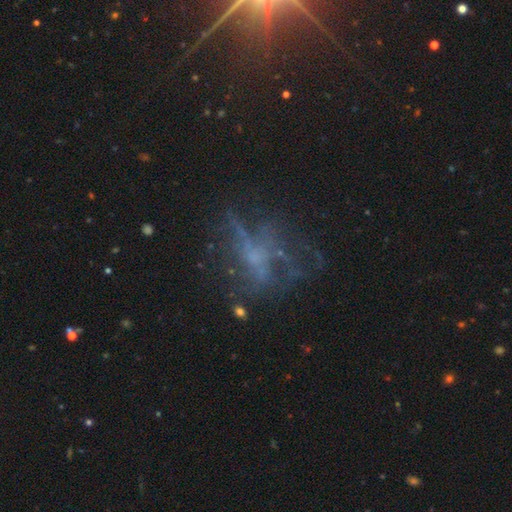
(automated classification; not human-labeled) Overall: featured or disk (54%; star or artifact 30%). Edge-on disk: no (92%). Merging: none (53%; major disturbance 28%).